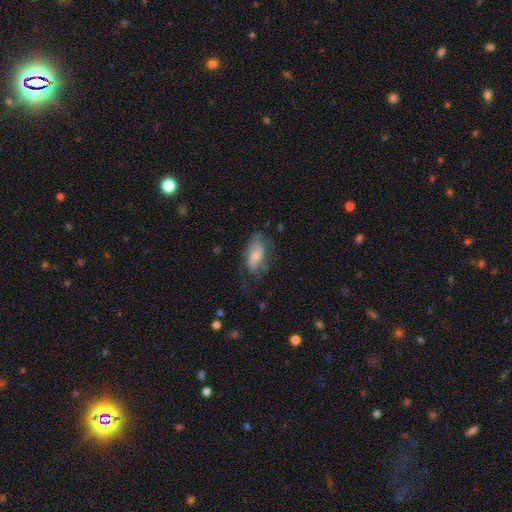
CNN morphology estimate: Smooth or featured?
  - smooth: 53% *
  - featured or disk: 39%
  - star or artifact: 8%
How rounded?
  - in between: 90% *
  - cigar-shaped: 6%
  - round: 4%
Merging?
  - none: 43% *
  - minor disturbance: 29%
  - major disturbance: 26%
  - merger: 2%